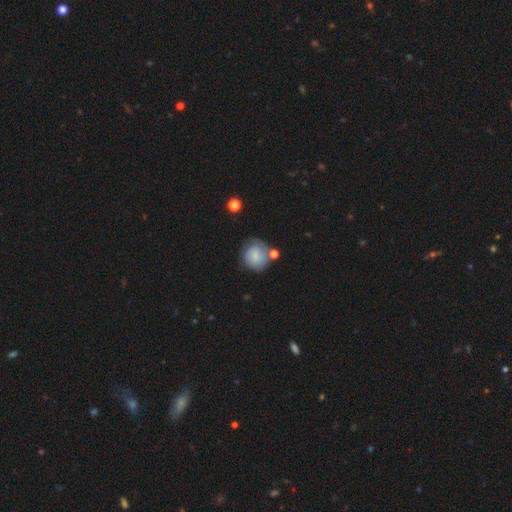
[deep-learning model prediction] This is likely a smooth galaxy (65%). How rounded: clearly round (83%). Merging: possibly none (55%).